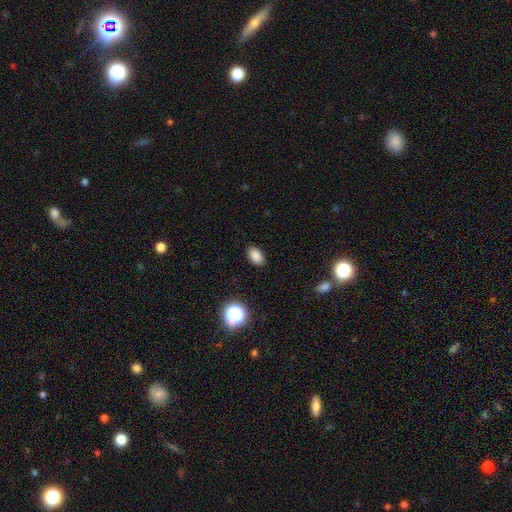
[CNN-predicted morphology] type=smooth (84%); roundness=in between (87%); merging=none (87%).